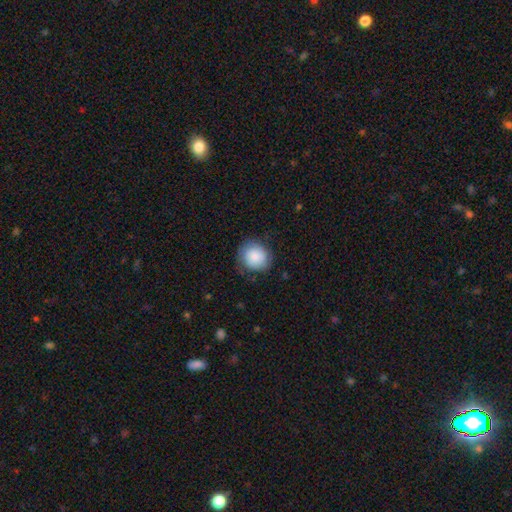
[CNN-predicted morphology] Q: Smooth or featured?
A: smooth (81%); runner-up: featured or disk (12%)
Q: How rounded?
A: round (86%); runner-up: in between (13%)
Q: Merging?
A: none (75%); runner-up: minor disturbance (18%)